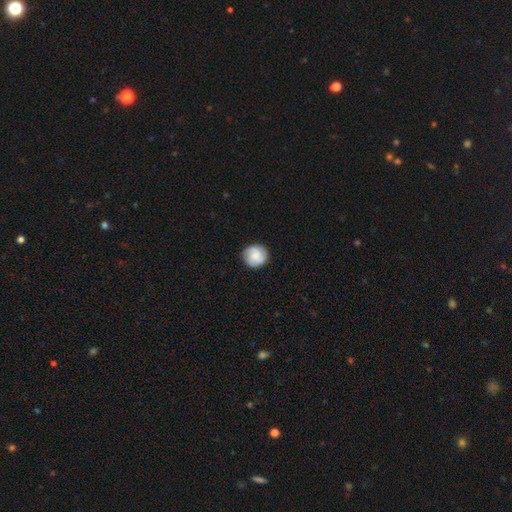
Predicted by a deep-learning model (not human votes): Overall: smooth (70%). How rounded: round (93%). Merging: none (88%).